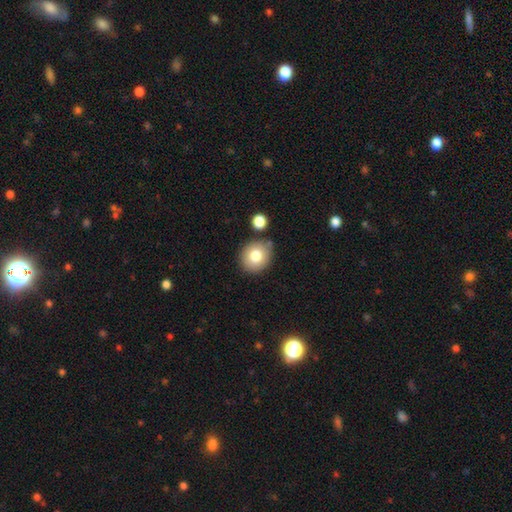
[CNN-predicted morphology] Q: Smooth or featured?
A: smooth (79%); runner-up: featured or disk (12%)
Q: How rounded?
A: round (75%); runner-up: in between (24%)
Q: Merging?
A: none (77%); runner-up: minor disturbance (11%)